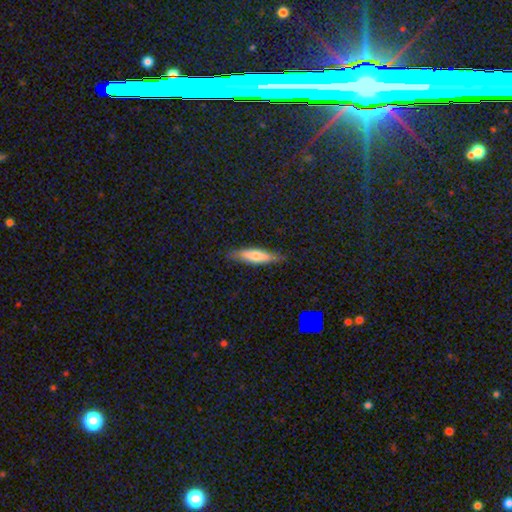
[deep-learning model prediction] Overall: smooth (61%; featured or disk 32%). How rounded: cigar-shaped (70%). Merging: none (82%).